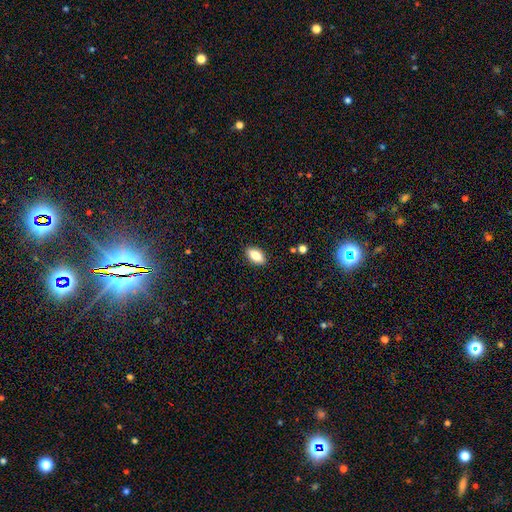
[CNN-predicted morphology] This is likely a smooth galaxy (80%). How rounded: clearly in between (88%). Merging: clearly none (88%).